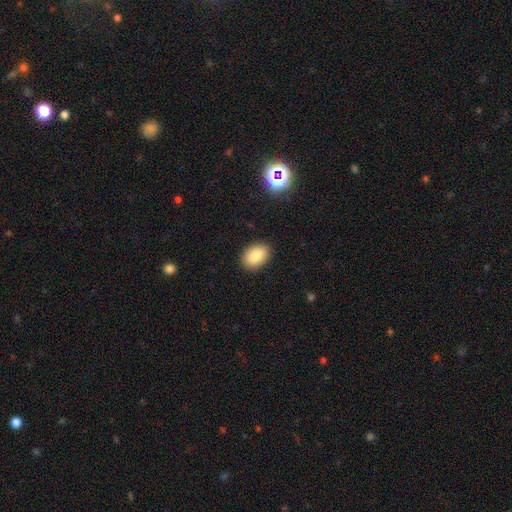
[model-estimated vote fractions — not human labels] smooth_or_featured: smooth (p=0.84) [alt: star or artifact p=0.09]
how_rounded: in between (p=0.83) [alt: round p=0.16]
merging: none (p=0.89) [alt: minor disturbance p=0.08]